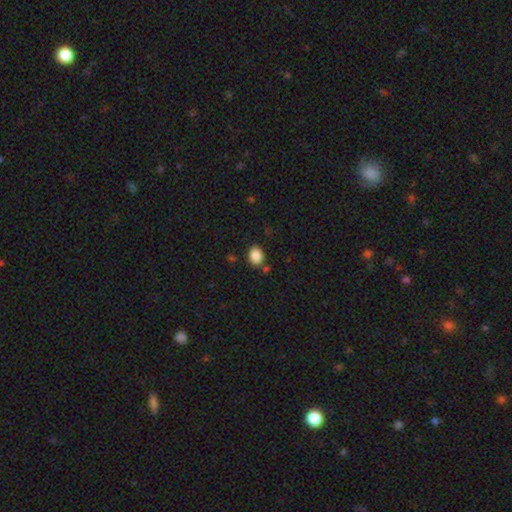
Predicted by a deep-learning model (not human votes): A smooth galaxy with no disk features (87%) that is in between round and cigar-shaped (51%). Merging: none (81%).